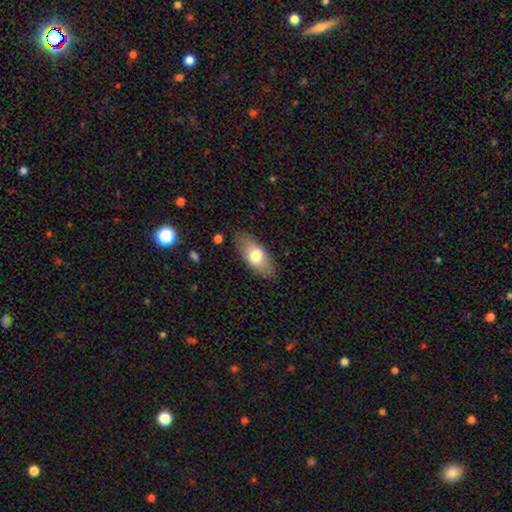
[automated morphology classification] Q: Smooth or featured?
A: smooth (69%); runner-up: featured or disk (24%)
Q: How rounded?
A: in between (83%); runner-up: cigar-shaped (13%)
Q: Merging?
A: none (84%); runner-up: minor disturbance (12%)